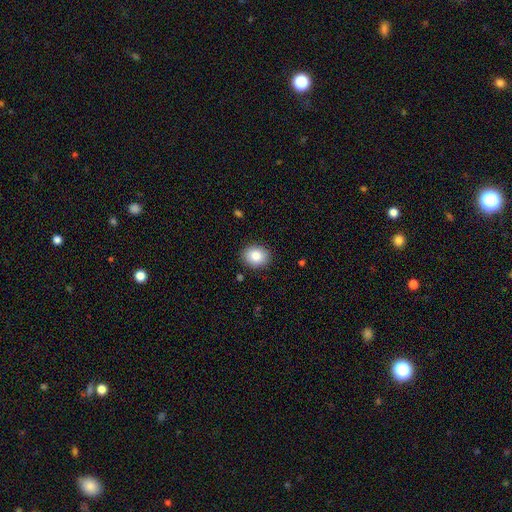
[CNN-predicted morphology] Smooth or featured? smooth (83%)
How rounded? round (58%)
Merging? none (89%)